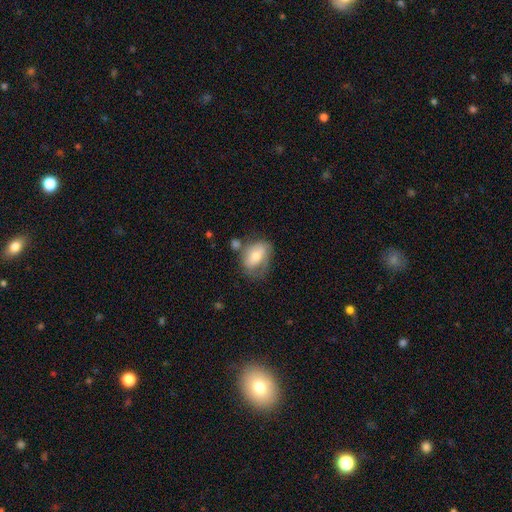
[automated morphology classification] smooth-or-featured: smooth: 56% | featured or disk: 37% | star or artifact: 7%
  how-rounded: in between: 78% | round: 20% | cigar-shaped: 2%
  merging: none: 42% | minor disturbance: 29% | major disturbance: 17% | merger: 12%